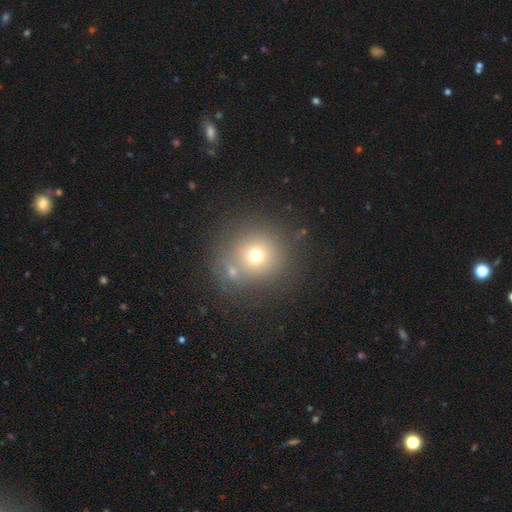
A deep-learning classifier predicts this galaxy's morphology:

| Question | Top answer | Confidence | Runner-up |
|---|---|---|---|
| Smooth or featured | smooth | 67% | star or artifact (18%) |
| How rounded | round | 90% | in between (9%) |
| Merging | none | 68% | merger (16%) |